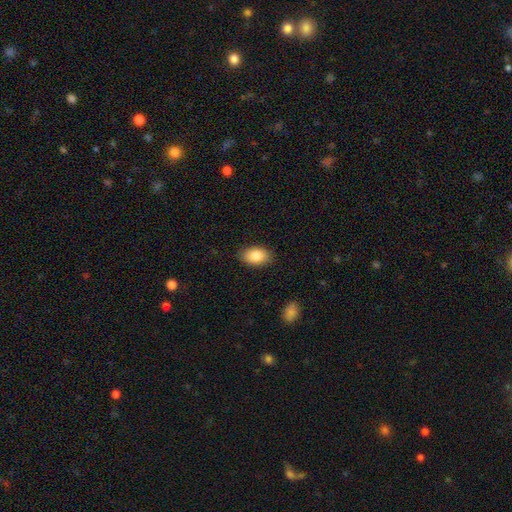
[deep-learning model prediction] Smooth or featured: smooth — 86% (featured or disk — 7%)
How rounded: in between — 91% (round — 8%)
Merging: none — 86% (minor disturbance — 10%)